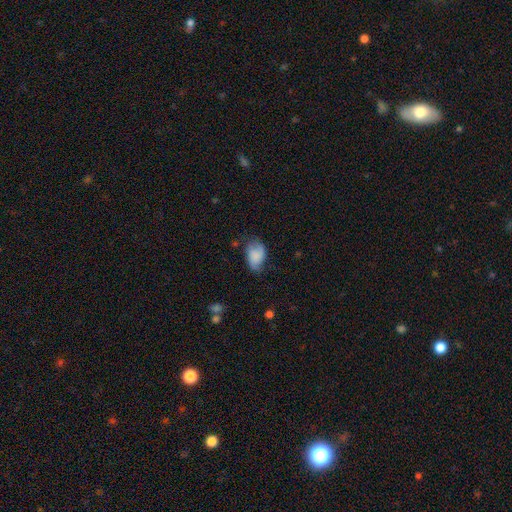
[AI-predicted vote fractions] A smooth galaxy with no disk features (69%) that is in between round and cigar-shaped (87%).

Vote fractions:
- Smooth or featured? smooth: 69% / featured or disk: 23% / star or artifact: 8%
- How rounded? in between: 87% / round: 12% / cigar-shaped: 2%
- Merging? none: 52% / minor disturbance: 34% / major disturbance: 12% / merger: 2%